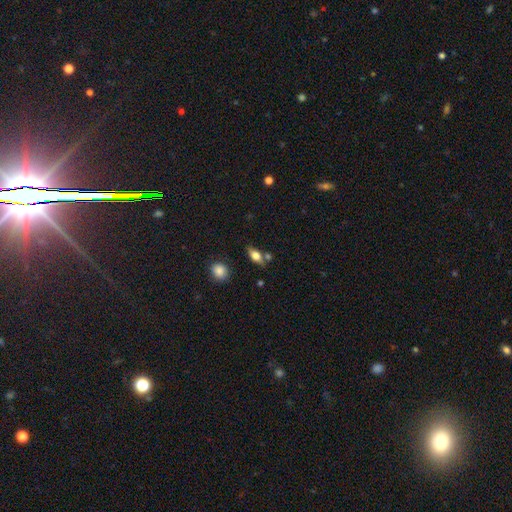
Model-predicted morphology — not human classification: smooth-or-featured: smooth: 67% | featured or disk: 25% | star or artifact: 9%
  how-rounded: in between: 78% | cigar-shaped: 14% | round: 8%
  merging: none: 68% | minor disturbance: 14% | merger: 13% | major disturbance: 4%